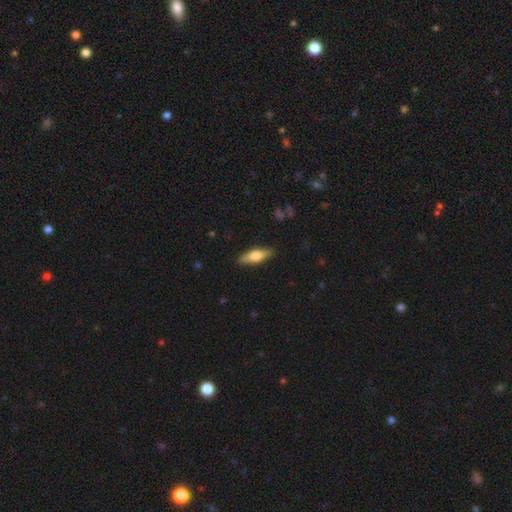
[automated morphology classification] This appears to be a smooth galaxy with no disk features (59%) that is in between round and cigar-shaped (49%). Merging: none (88%).